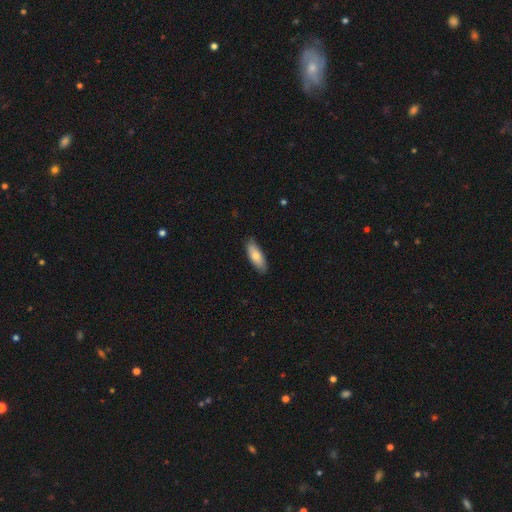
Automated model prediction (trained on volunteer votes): Smooth or featured: smooth — 76% (featured or disk — 18%)
How rounded: in between — 67% (cigar-shaped — 31%)
Merging: none — 84% (minor disturbance — 13%)